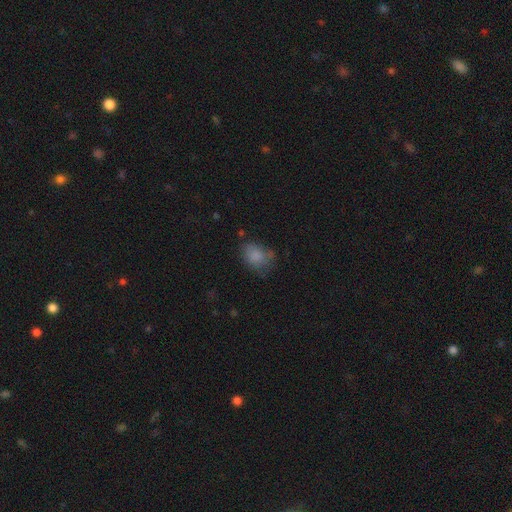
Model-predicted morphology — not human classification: smooth 82%, star or artifact 10%, featured or disk 8%. Down the decision tree: how rounded — in between (69%); merging — none (56%).